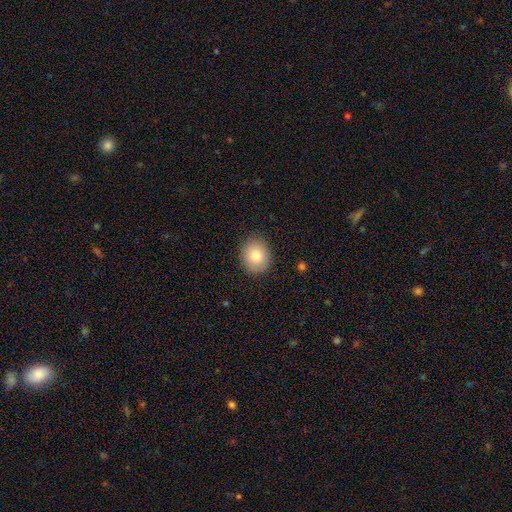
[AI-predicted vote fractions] smooth 81%, featured or disk 10%, star or artifact 8%. Down the decision tree: how rounded — round (72%); merging — none (87%).